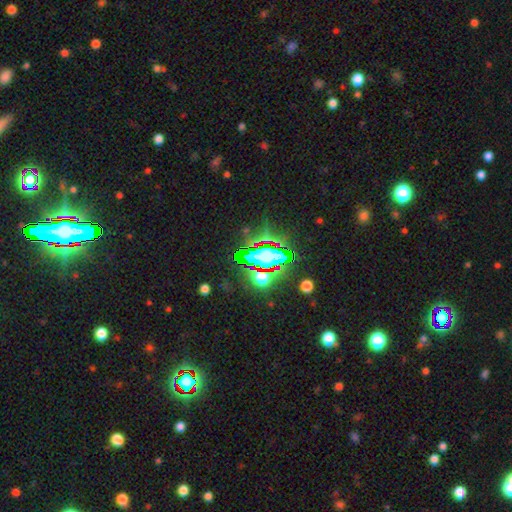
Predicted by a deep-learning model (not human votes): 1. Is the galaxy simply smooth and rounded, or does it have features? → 71% star or artifact, 18% smooth, 11% featured or disk.